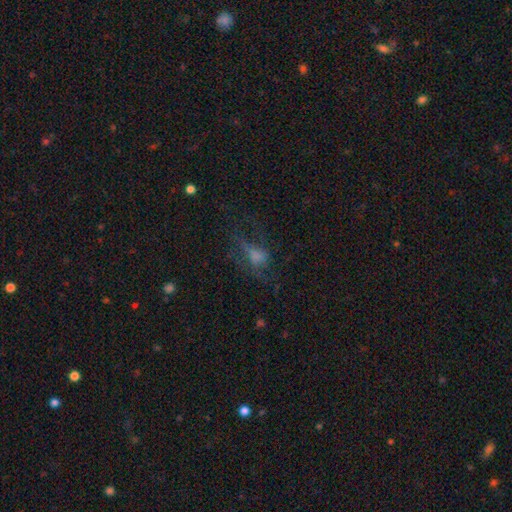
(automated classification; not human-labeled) smooth 40%, featured or disk 38%, star or artifact 23%. Down the decision tree: merging — none (40%).